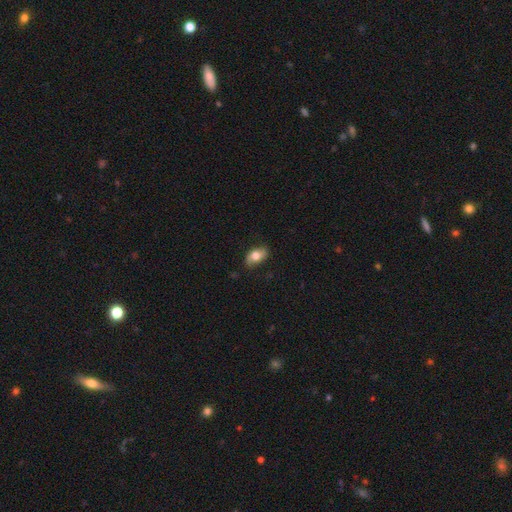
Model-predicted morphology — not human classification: Smooth or featured? Predicted: smooth (p=0.67). How rounded? Predicted: in between (p=0.89). Merging? Predicted: none (p=0.78).